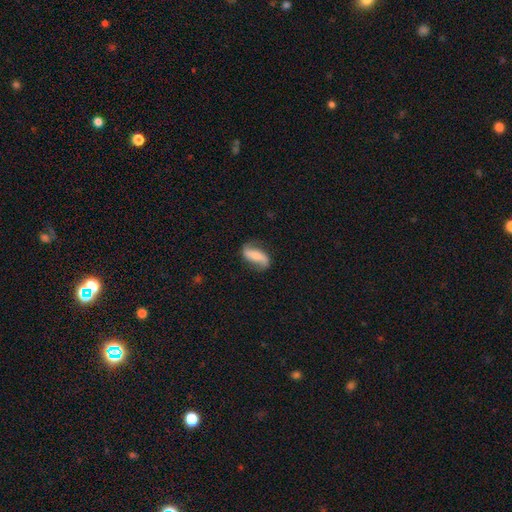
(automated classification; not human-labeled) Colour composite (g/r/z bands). It shows a featured or disk galaxy (63%) with a strong bar (38%), 2 (90%) loose (73%) spiral arms (91%) and a small central bulge (37%). Merging: none (73%).